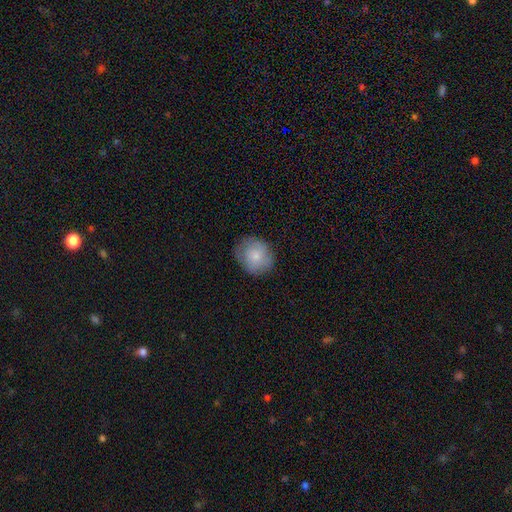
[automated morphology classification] Smooth or featured: smooth — 78% (featured or disk — 15%)
How rounded: round — 73% (in between — 26%)
Merging: none — 76% (minor disturbance — 18%)